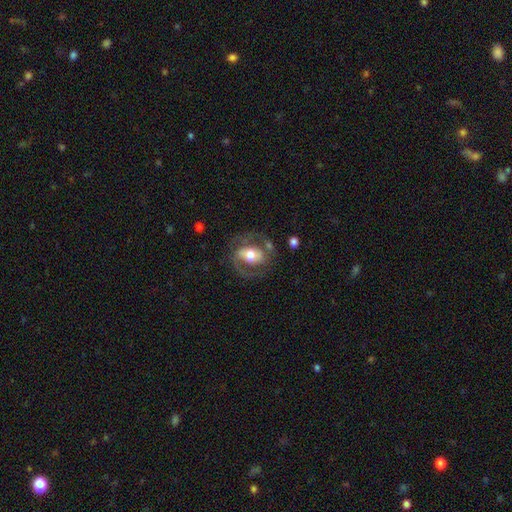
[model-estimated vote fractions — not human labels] Q: Smooth or featured?
A: featured or disk (69%); runner-up: smooth (25%)
Q: Edge-on disk?
A: no (95%); runner-up: yes (5%)
Q: Bar?
A: no (34%); tied with: weak (34%)
Q: Spiral arms?
A: yes (72%); runner-up: no (28%)
Q: Bulge size?
A: moderate (65%); runner-up: large (21%)
Q: Merging?
A: none (64%); runner-up: minor disturbance (17%)